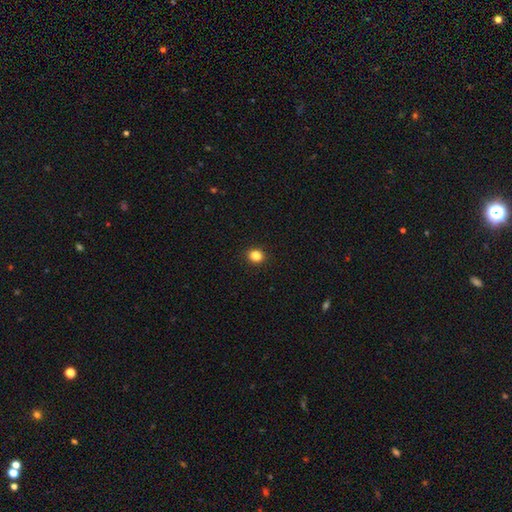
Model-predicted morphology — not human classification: A smooth galaxy with no disk features (85%) that is round (77%).

Vote fractions:
- Smooth or featured? smooth: 85% / star or artifact: 12% / featured or disk: 4%
- How rounded? round: 77% / in between: 22% / cigar-shaped: 1%
- Merging? none: 92% / minor disturbance: 5% / major disturbance: 2% / merger: 1%